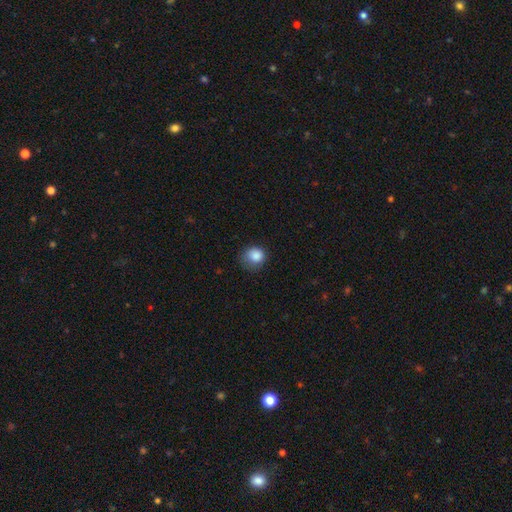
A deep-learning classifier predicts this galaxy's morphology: Q: Smooth or featured?
A: smooth (86%); runner-up: star or artifact (9%)
Q: How rounded?
A: round (81%); runner-up: in between (18%)
Q: Merging?
A: none (58%); runner-up: minor disturbance (29%)